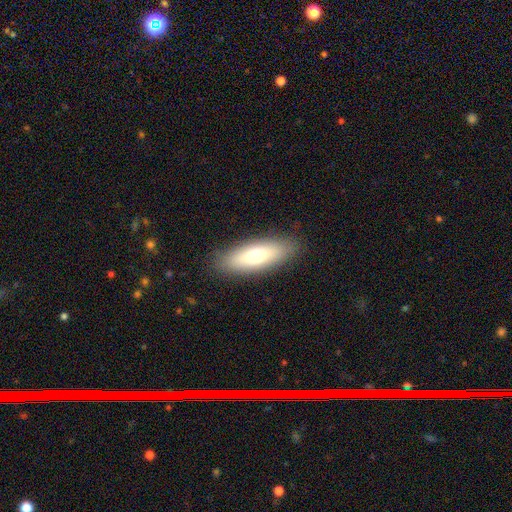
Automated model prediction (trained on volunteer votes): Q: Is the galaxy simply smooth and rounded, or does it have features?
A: smooth — 66%.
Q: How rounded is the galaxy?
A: in between — 65%.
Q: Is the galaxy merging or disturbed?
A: none — 86%.